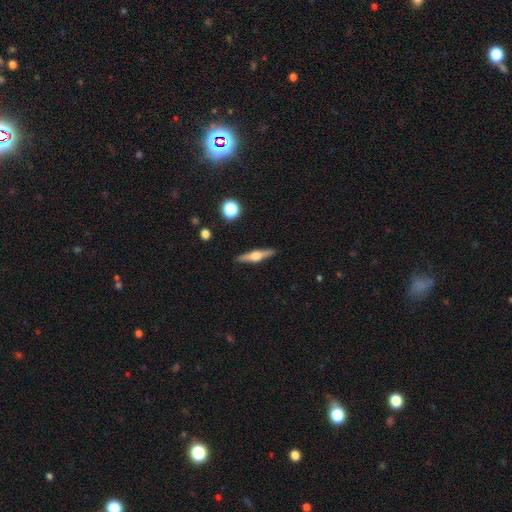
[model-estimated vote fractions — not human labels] This is likely a featured or disk galaxy (70%). It is clearly viewed edge-on (97%). Edge-on bulge: clearly rounded (94%). Merging: clearly none (90%).